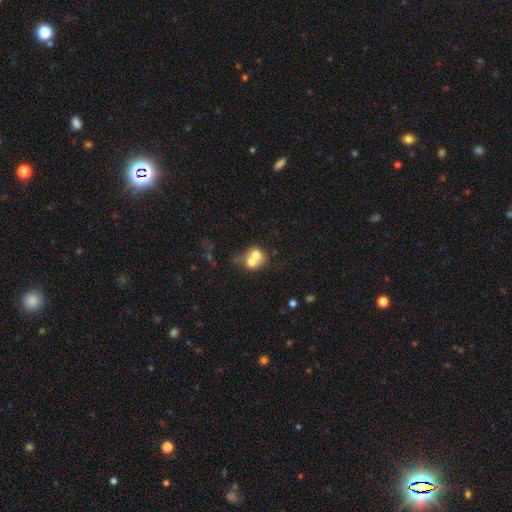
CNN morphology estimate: smooth_or_featured: smooth (p=0.64) [alt: featured or disk p=0.26]
how_rounded: round (p=0.69) [alt: in between p=0.30]
merging: merger (p=0.70) [alt: none p=0.21]